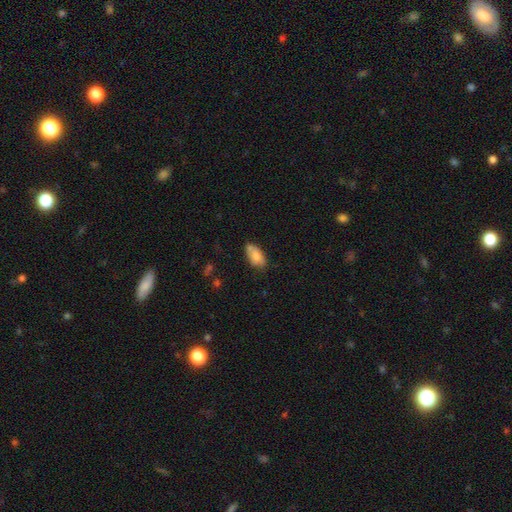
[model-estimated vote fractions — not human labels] smooth 78%, featured or disk 15%, star or artifact 7%. Down the decision tree: how rounded — in between (91%); merging — none (66%).